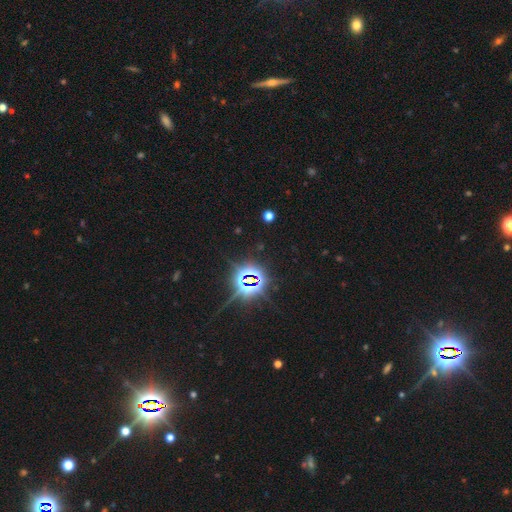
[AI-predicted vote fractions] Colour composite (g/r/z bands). It shows a star or artifact, not a galaxy (83%).